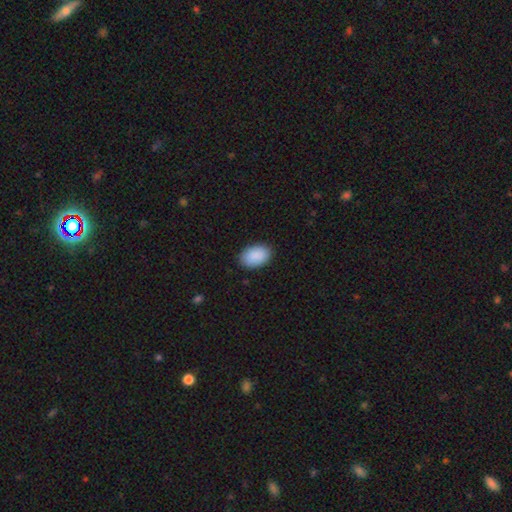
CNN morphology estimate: This is clearly a smooth galaxy (91%). How rounded: clearly in between (90%). Merging: clearly none (88%).